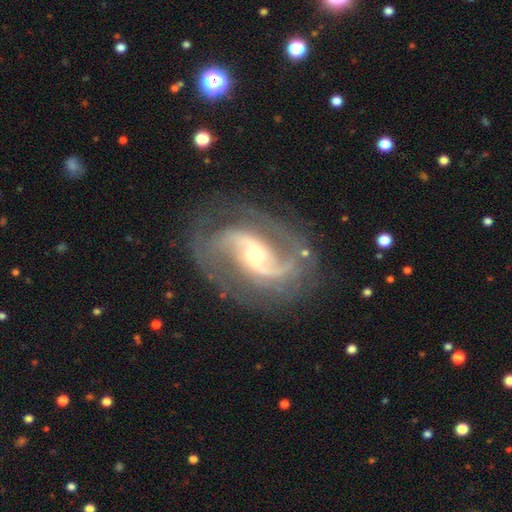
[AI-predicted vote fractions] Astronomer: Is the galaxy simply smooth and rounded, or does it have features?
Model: featured or disk — 91%.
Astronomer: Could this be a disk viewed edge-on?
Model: no — 97%.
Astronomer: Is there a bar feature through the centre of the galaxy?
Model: weak — 41% (runner-up: no, 39%).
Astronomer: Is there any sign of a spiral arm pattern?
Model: yes — 98%.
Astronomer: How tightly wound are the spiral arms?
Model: medium — 54%.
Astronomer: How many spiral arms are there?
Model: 2 — 84%.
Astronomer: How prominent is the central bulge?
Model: small — 53% (runner-up: moderate, 41%).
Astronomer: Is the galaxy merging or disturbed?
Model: none — 75%.